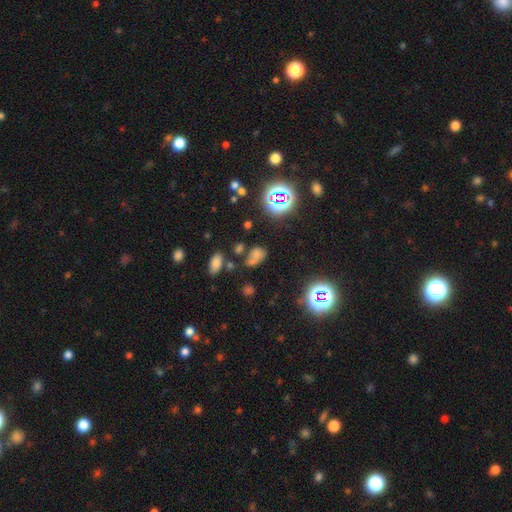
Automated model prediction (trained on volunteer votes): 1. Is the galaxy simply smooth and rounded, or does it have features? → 54% smooth, 33% star or artifact, 13% featured or disk.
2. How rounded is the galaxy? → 79% in between, 19% round, 3% cigar-shaped.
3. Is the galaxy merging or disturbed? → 45% none, 22% minor disturbance, 19% merger, 14% major disturbance.